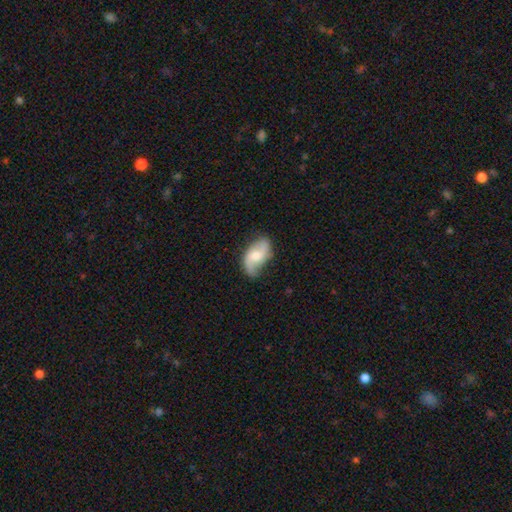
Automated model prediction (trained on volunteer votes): This is likely a featured or disk galaxy (60%). It is clearly not viewed edge-on (95%). Bar: possibly no (53%). Spiral arm pattern: clearly yes (90%). Spiral arm count: clearly 2 (86%). Spiral winding: likely loose (61%). Central bulge: possibly moderate (53%). Merging: likely none (67%).